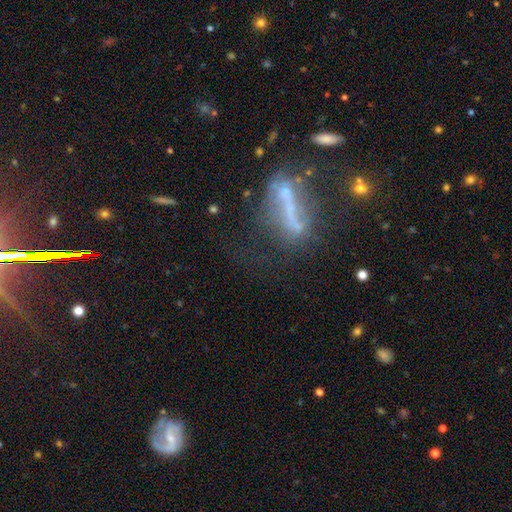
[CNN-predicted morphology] Smooth or featured? featured or disk (52%)
Edge-on disk? no (54%)
Merging? none (44%)